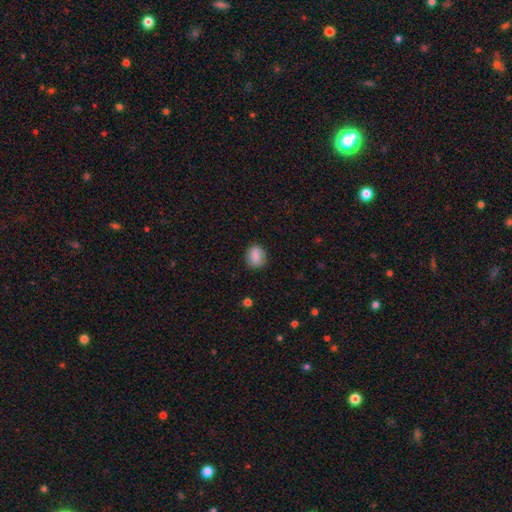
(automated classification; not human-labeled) This is clearly a smooth galaxy (86%). How rounded: likely round (61%). Merging: clearly none (87%).